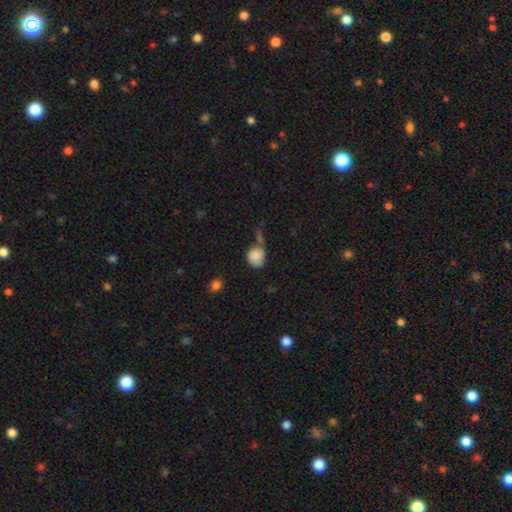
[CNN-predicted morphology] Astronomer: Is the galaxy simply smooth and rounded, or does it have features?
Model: smooth — 83%.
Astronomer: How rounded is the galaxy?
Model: round — 66%.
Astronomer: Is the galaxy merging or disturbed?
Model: none — 37% (runner-up: minor disturbance, 26%).